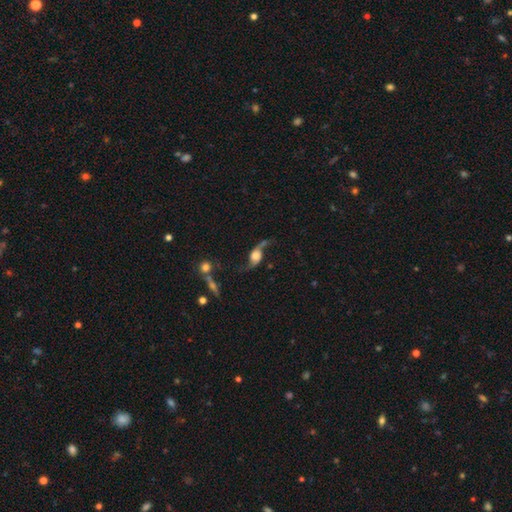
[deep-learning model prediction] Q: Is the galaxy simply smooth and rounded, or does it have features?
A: featured or disk — 79%.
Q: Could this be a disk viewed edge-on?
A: no — 90%.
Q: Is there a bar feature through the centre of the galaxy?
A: no — 66%.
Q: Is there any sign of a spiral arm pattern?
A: yes — 94%.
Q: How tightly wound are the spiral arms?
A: loose — 92%.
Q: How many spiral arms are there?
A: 2 — 92%.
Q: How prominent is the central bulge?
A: large — 41%.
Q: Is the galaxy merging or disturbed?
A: none — 61%.